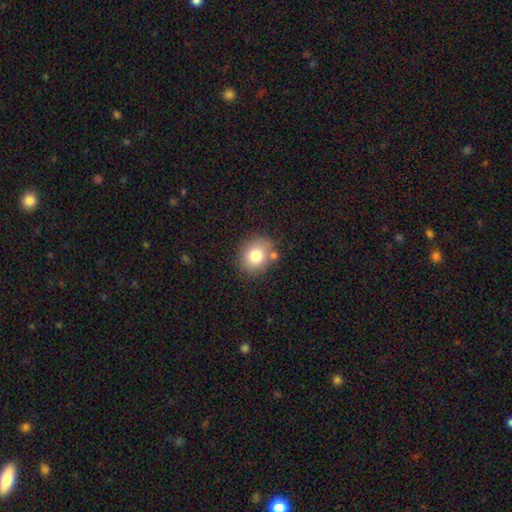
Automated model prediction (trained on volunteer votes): This is likely a smooth galaxy (78%). How rounded: likely round (66%). Merging: likely none (74%).